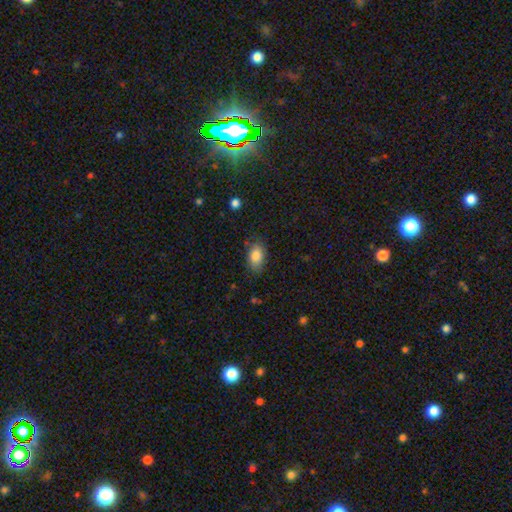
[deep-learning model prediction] A smooth galaxy with no disk features (84%) that is in between round and cigar-shaped (90%). Merging: none (78%).